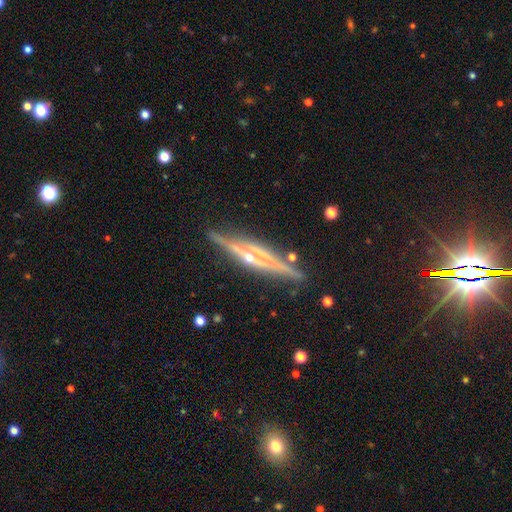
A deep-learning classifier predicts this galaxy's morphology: featured or disk 83%, smooth 10%, star or artifact 8%. Down the decision tree: edge-on disk — yes (96%); edge-on bulge — rounded (67%); merging — none (85%).